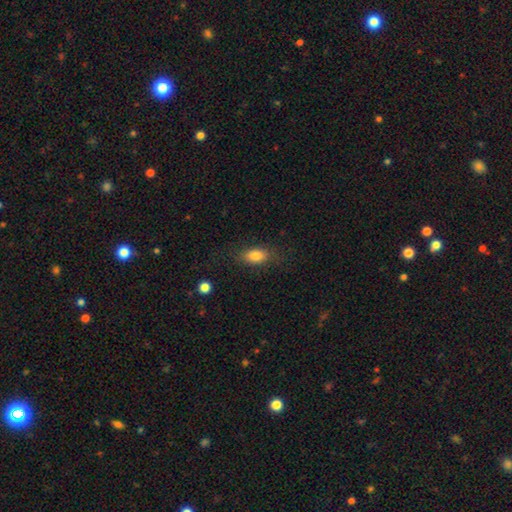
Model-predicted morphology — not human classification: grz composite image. It shows a smooth galaxy with no disk features (82%) that is in between round and cigar-shaped (84%). Merging: none (78%).